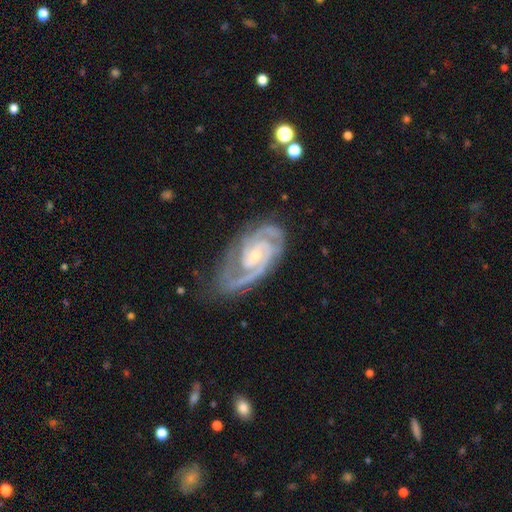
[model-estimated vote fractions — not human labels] A featured or disk galaxy (92%) with no bar (54%), 2 (48%) tight (61%) spiral arms (99%) and a small central bulge (69%).

Vote fractions:
- Smooth or featured? featured or disk: 92% / star or artifact: 5% / smooth: 3%
- Edge-on disk? no: 97% / yes: 3%
- Bar? no: 54% / weak: 34% / strong: 12%
- Spiral arms? yes: 99% / no: 1%
- Spiral winding? tight: 61% / medium: 35% / loose: 4%
- Spiral arm count? 2: 48% / 3: 31% / can't tell: 8% / 4: 5% / 1: 4% / more than 4: 4%
- Bulge size? small: 69% / moderate: 27% / none: 2% / large: 1% / dominant: 1%
- Merging? none: 70% / minor disturbance: 21% / major disturbance: 8% / merger: 2%